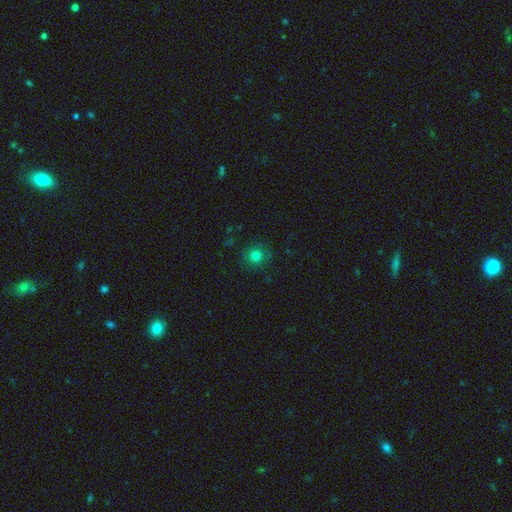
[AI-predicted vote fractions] A smooth galaxy with no disk features (79%) that is round (90%).

Vote fractions:
- Smooth or featured? smooth: 79% / star or artifact: 15% / featured or disk: 6%
- How rounded? round: 90% / in between: 9% / cigar-shaped: 1%
- Merging? none: 87% / minor disturbance: 9% / major disturbance: 3% / merger: 1%